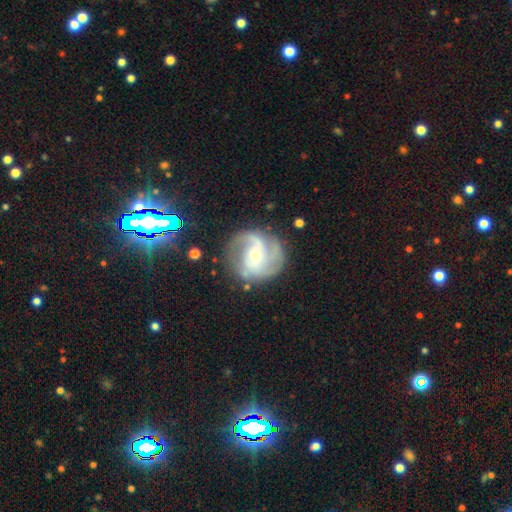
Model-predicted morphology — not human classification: A featured or disk galaxy (83%) with no bar (48%), 2 (45%) medium (48%) spiral arms (95%) and a small central bulge (59%). Merging: none (71%).